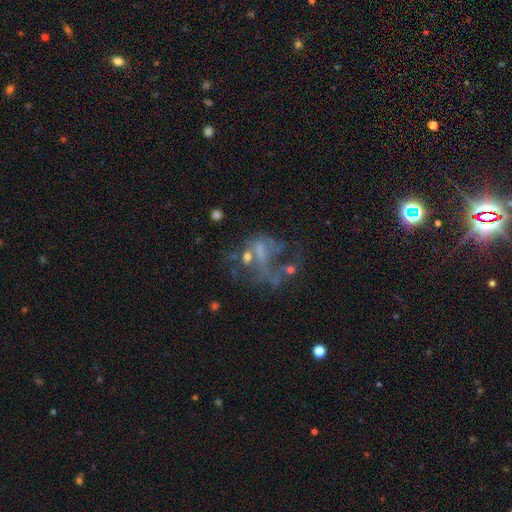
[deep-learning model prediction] A featured or disk galaxy (57%) with no bar (69%), no spiral arms (75%) and no central bulge (57%). Merging: major disturbance (46%).